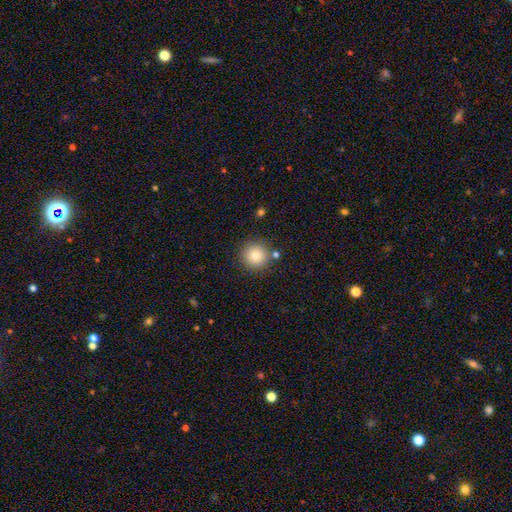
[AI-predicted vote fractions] smooth_or_featured: smooth (p=0.85) [alt: star or artifact p=0.10]
how_rounded: round (p=0.94) [alt: in between p=0.05]
merging: none (p=0.85) [alt: minor disturbance p=0.08]